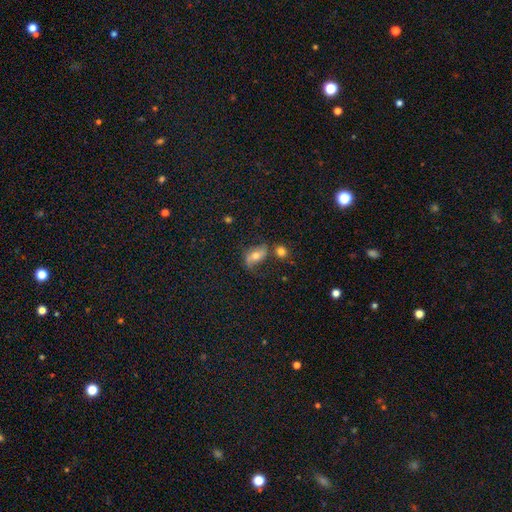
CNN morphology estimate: A smooth galaxy with no disk features (46%).

Vote fractions:
- Smooth or featured? smooth: 46% / featured or disk: 41% / star or artifact: 13%
- Merging? none: 57% / minor disturbance: 21% / major disturbance: 12% / merger: 10%